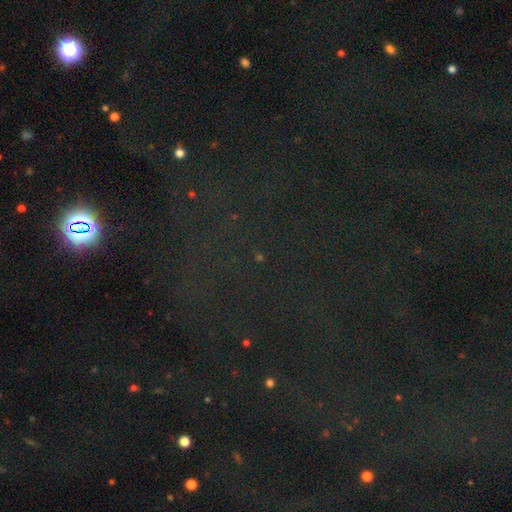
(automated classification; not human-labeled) This is likely a star or artifact rather than a galaxy (79%).